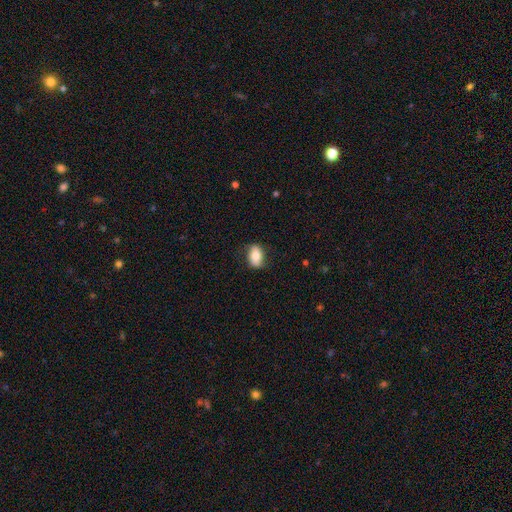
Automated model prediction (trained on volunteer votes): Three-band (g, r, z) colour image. It shows a smooth galaxy with no disk features (75%) that is in between round and cigar-shaped (86%). Merging: none (78%).